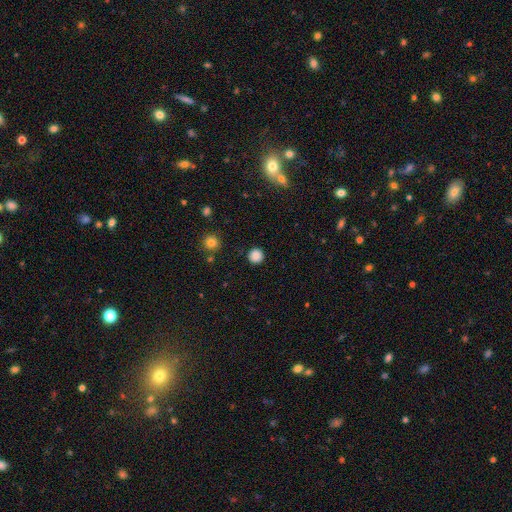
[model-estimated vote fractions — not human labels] The model was most divided on "smooth or featured": smooth: 86%, star or artifact: 11%, featured or disk: 3%. More confident: how rounded — round (95%); merging — none (91%).